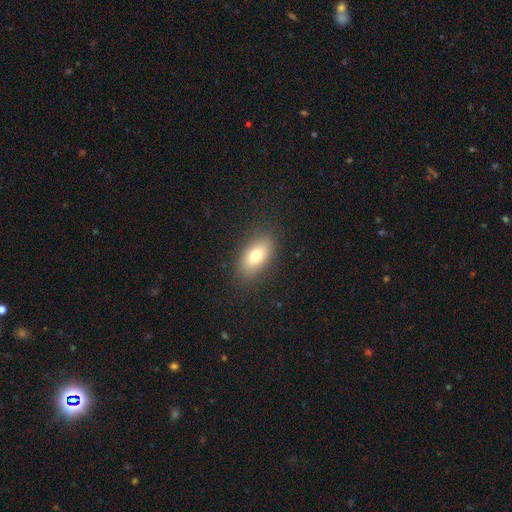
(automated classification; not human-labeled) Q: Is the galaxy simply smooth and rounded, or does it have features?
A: smooth — 78%.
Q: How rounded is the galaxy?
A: in between — 90%.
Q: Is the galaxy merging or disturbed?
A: none — 86%.